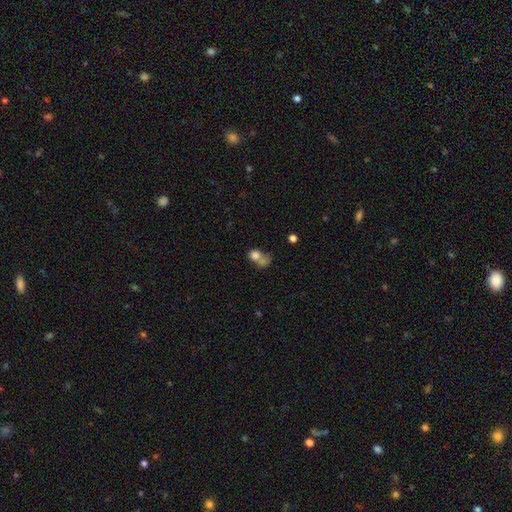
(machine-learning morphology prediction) Overall: smooth (74%). How rounded: round (58%; in between 40%). Merging: merger (55%; none 24%).